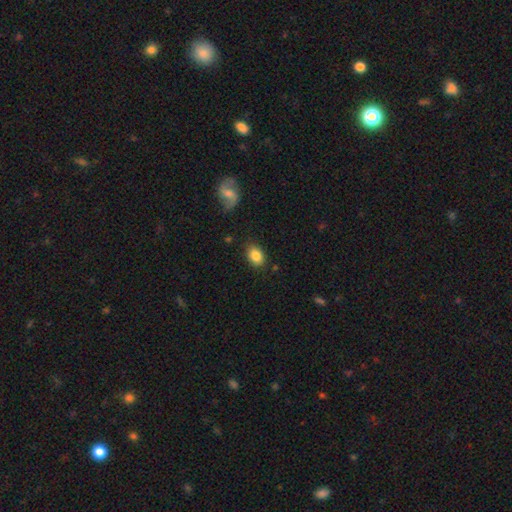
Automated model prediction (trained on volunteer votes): Q: Smooth or featured?
A: smooth (84%); runner-up: star or artifact (8%)
Q: How rounded?
A: in between (75%); runner-up: round (23%)
Q: Merging?
A: none (83%); runner-up: minor disturbance (13%)